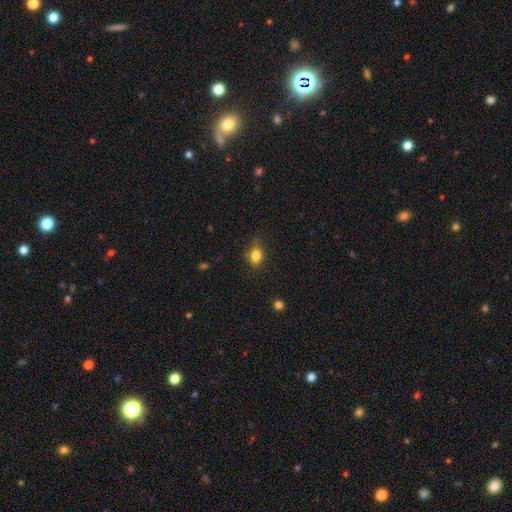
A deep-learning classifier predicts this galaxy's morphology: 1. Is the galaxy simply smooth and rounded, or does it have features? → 83% smooth, 10% star or artifact, 7% featured or disk.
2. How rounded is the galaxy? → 63% in between, 35% round, 2% cigar-shaped.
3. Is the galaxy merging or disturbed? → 71% none, 23% minor disturbance, 5% major disturbance, 1% merger.